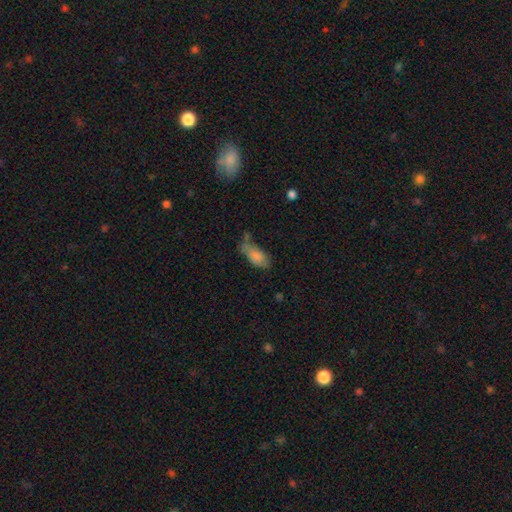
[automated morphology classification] A smooth galaxy with no disk features (82%) that is in between round and cigar-shaped (88%). Merging: none (45%).